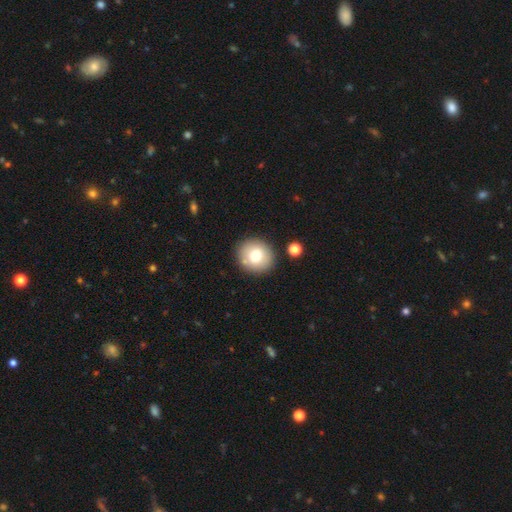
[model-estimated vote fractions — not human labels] Morphology: type=smooth (75%); roundness=round (84%); merging=none (84%).